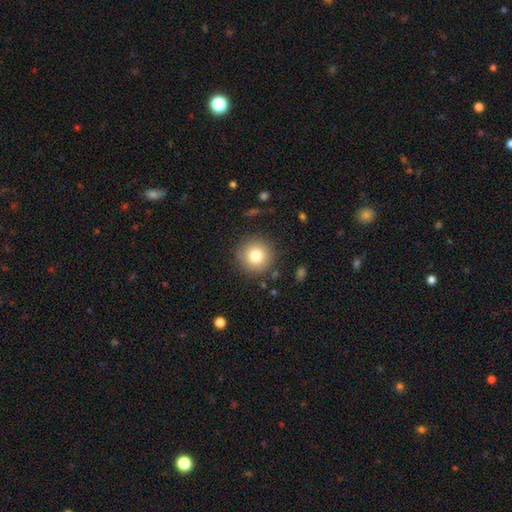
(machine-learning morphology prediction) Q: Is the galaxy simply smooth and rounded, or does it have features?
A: smooth — 79%.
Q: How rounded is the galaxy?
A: round — 95%.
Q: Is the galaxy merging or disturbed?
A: none — 88%.